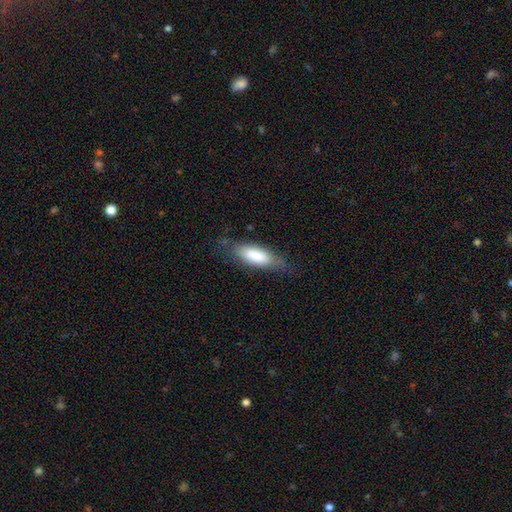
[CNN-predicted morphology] type=smooth (80%); roundness=in between (70%); merging=none (68%).